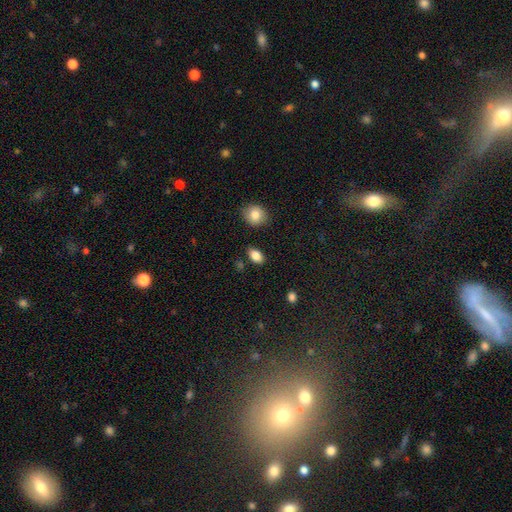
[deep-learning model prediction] A smooth galaxy with no disk features (86%) that is in between round and cigar-shaped (86%).

Vote fractions:
- Smooth or featured? smooth: 86% / star or artifact: 9% / featured or disk: 6%
- How rounded? in between: 86% / round: 12% / cigar-shaped: 2%
- Merging? none: 84% / minor disturbance: 10% / merger: 3% / major disturbance: 3%